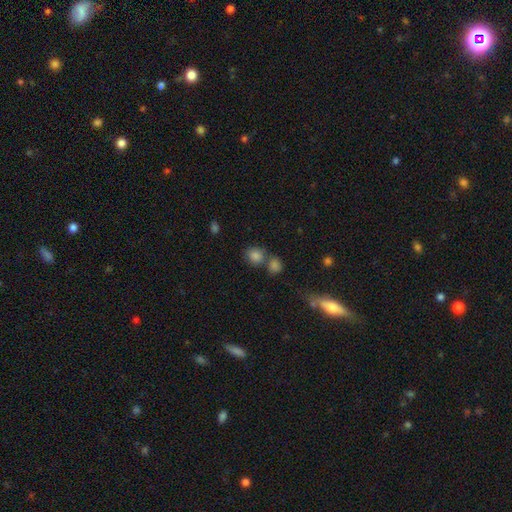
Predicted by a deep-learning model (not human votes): This appears to be a smooth galaxy with no disk features (83%) that is round (76%). Merging: none (50%).